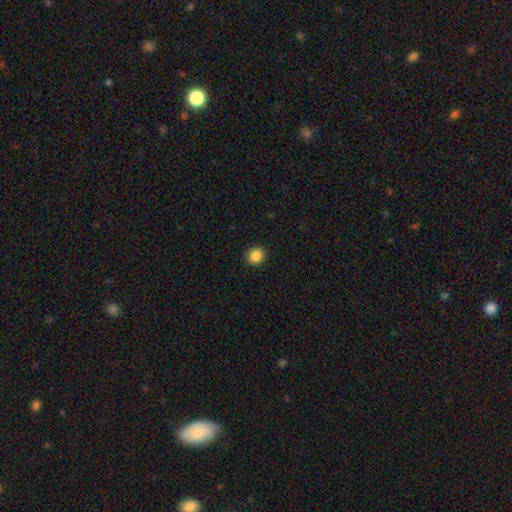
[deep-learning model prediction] Q: Smooth or featured?
A: smooth (88%); runner-up: star or artifact (10%)
Q: How rounded?
A: round (89%); runner-up: in between (10%)
Q: Merging?
A: none (93%); runner-up: minor disturbance (5%)